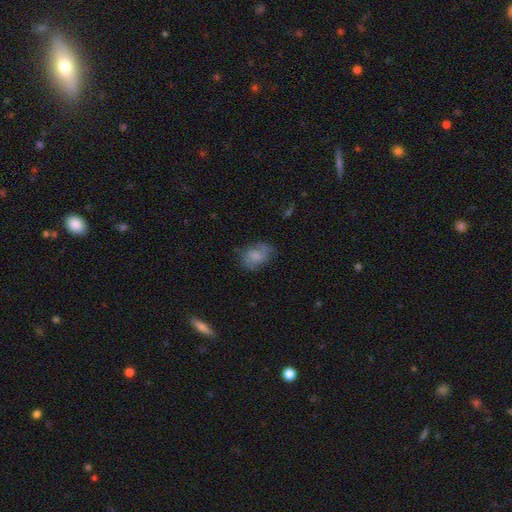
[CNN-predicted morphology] Q: Smooth or featured?
A: smooth (60%); runner-up: featured or disk (31%)
Q: How rounded?
A: in between (70%); runner-up: round (28%)
Q: Merging?
A: none (64%); runner-up: minor disturbance (24%)